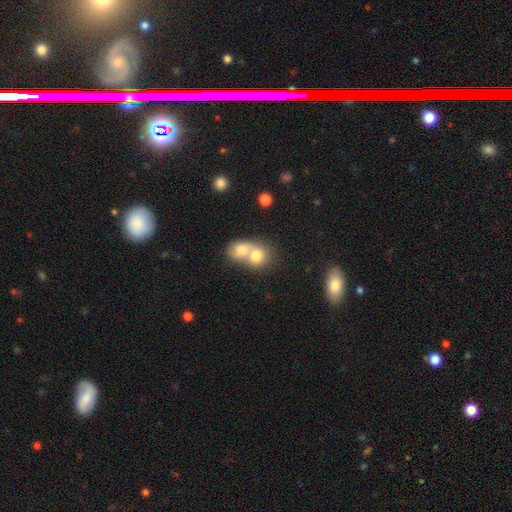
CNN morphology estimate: smooth-or-featured: smooth: 73% | featured or disk: 18% | star or artifact: 8%
  how-rounded: round: 64% | in between: 34% | cigar-shaped: 1%
  merging: merger: 74% | none: 18% | minor disturbance: 5% | major disturbance: 3%